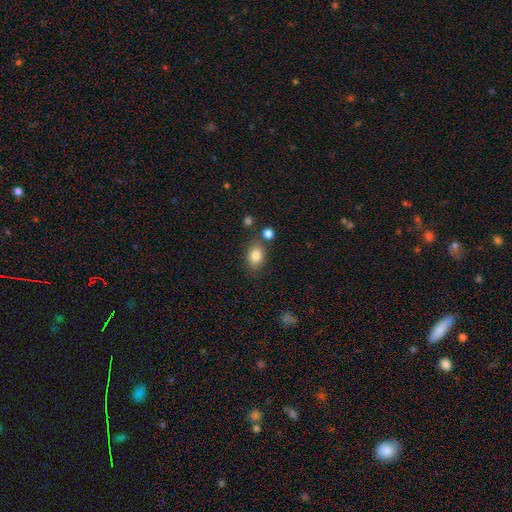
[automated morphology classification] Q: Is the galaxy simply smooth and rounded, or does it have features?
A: smooth — 83%.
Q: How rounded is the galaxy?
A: in between — 73%.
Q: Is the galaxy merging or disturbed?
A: none — 76%.